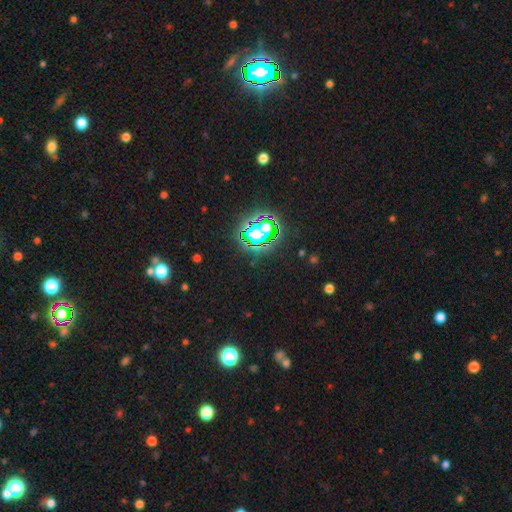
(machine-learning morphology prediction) type=star or artifact (82%).